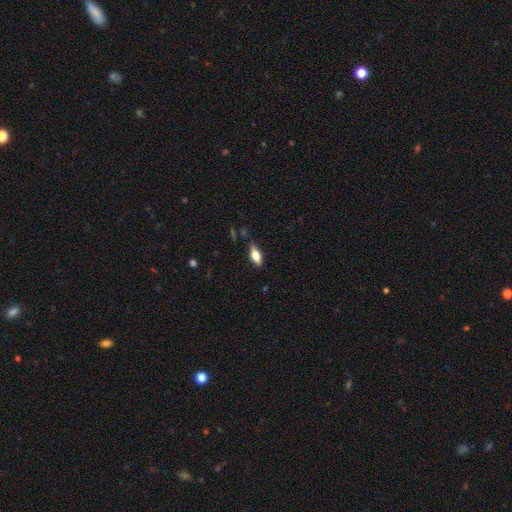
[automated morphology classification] smooth_or_featured: smooth (p=0.62) [alt: featured or disk p=0.30]
how_rounded: in between (p=0.77) [alt: cigar-shaped p=0.20]
merging: none (p=0.81) [alt: minor disturbance p=0.14]